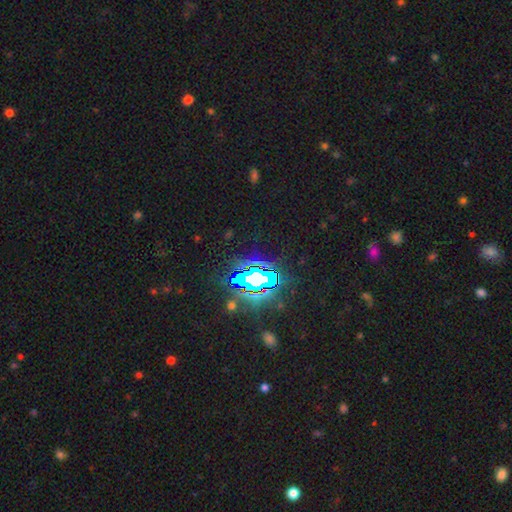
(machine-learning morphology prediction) A star or artifact, not a galaxy (76%).

Vote fractions:
- Smooth or featured? star or artifact: 76% / smooth: 13% / featured or disk: 11%